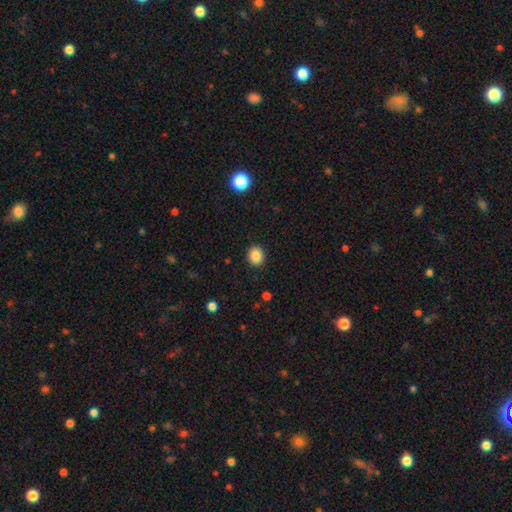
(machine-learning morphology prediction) Smooth or featured? smooth (87%)
How rounded? round (73%)
Merging? none (90%)